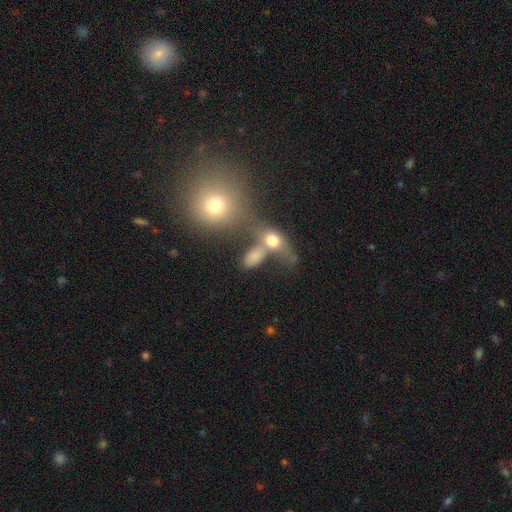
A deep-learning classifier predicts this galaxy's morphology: Smooth or featured? Predicted: smooth (p=0.71). How rounded? Predicted: in between (p=0.74). Merging? Predicted: merger (p=0.47).